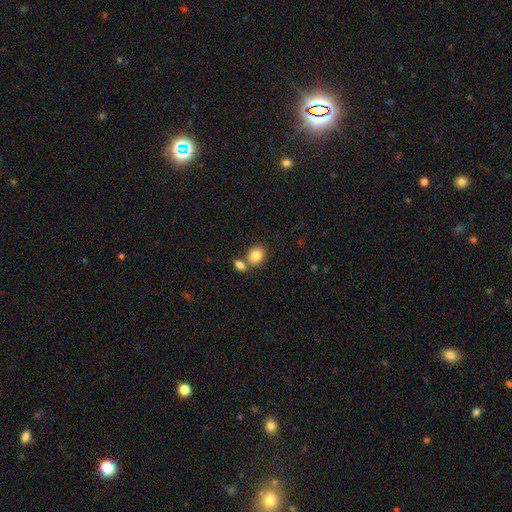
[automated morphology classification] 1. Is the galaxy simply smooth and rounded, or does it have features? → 82% smooth, 9% star or artifact, 9% featured or disk.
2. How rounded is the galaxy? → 62% round, 37% in between, 1% cigar-shaped.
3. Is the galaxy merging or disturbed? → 55% none, 34% merger, 9% minor disturbance, 3% major disturbance.